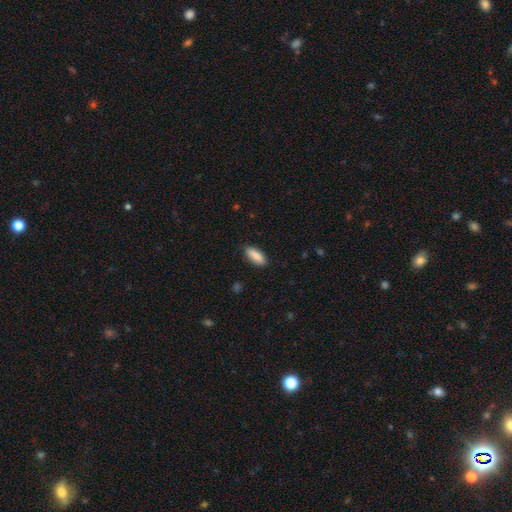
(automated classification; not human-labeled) A smooth galaxy with no disk features (87%) that is in between round and cigar-shaped (77%). Merging: none (86%).